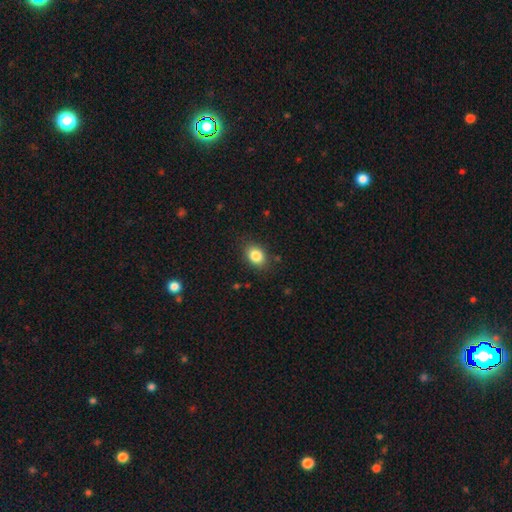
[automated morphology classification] smooth_or_featured: smooth (p=0.85) [alt: star or artifact p=0.09]
how_rounded: in between (p=0.71) [alt: round p=0.28]
merging: none (p=0.85) [alt: minor disturbance p=0.11]